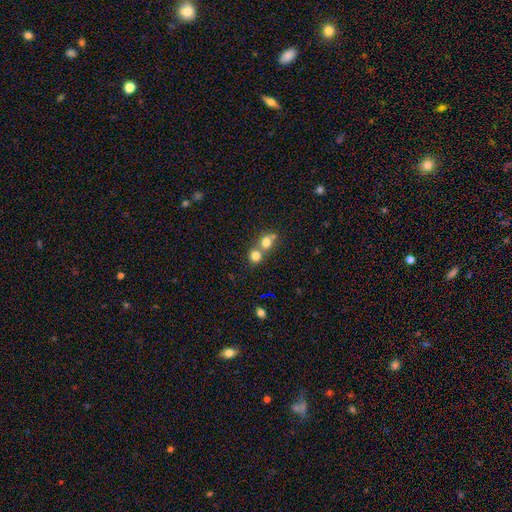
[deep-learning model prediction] smooth 76%, star or artifact 14%, featured or disk 11%. Down the decision tree: how rounded — round (83%); merging — merger (52%).